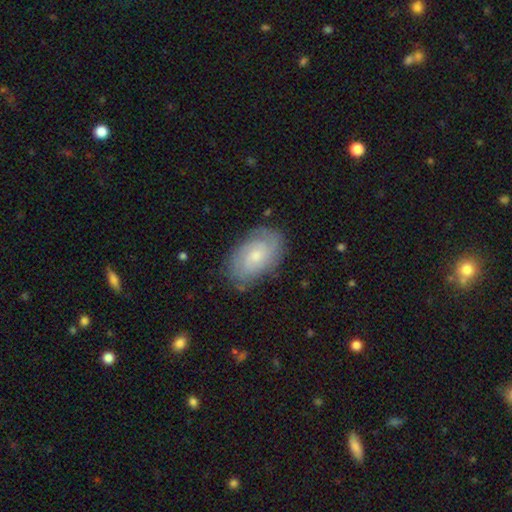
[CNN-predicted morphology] Overall: featured or disk (63%; smooth 30%). Edge-on disk: no (95%). Bar: no (69%). Spiral arms: yes (89%). Spiral arm count: 2 (40%; can't tell 38%). Spiral winding: tight (60%; medium 31%). Bulge size: small (58%; moderate 35%). Merging: none (78%).